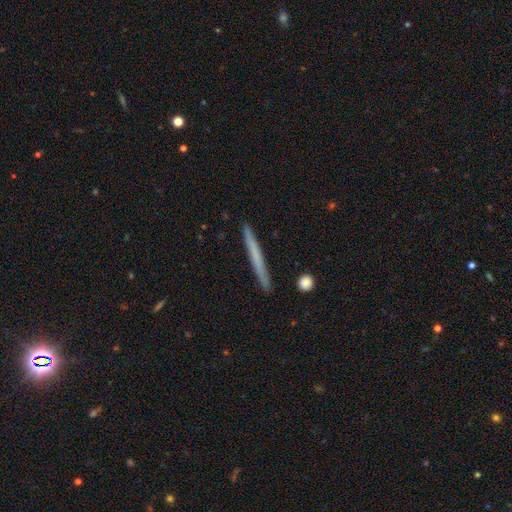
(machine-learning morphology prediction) smooth 56%, featured or disk 38%, star or artifact 6%. Down the decision tree: how rounded — cigar-shaped (97%); merging — none (91%).